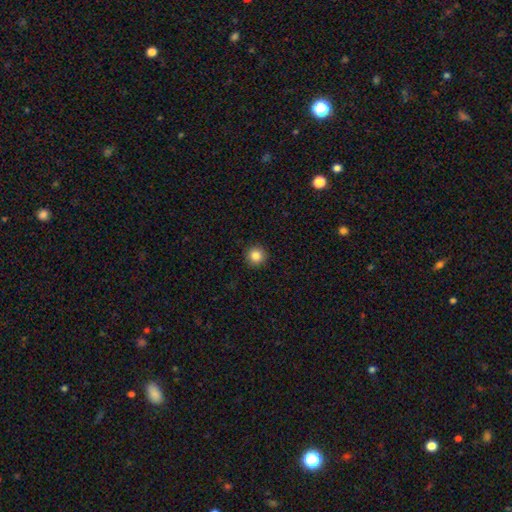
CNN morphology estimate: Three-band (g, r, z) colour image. It shows a smooth galaxy with no disk features (85%) that is round (95%). Merging: none (93%).